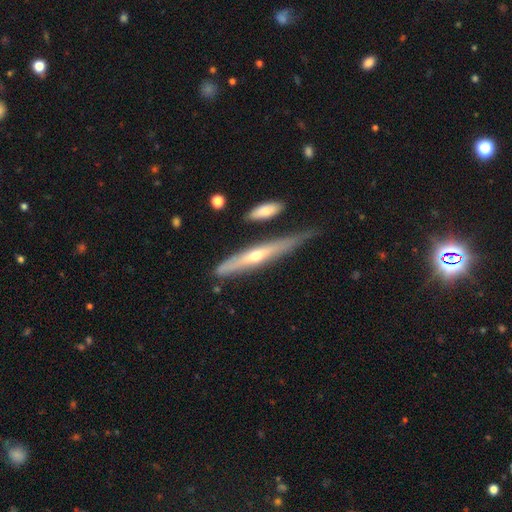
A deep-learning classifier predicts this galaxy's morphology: featured or disk 62%, smooth 32%, star or artifact 6%. Down the decision tree: edge-on disk — yes (88%); edge-on bulge — rounded (74%); merging — none (63%).